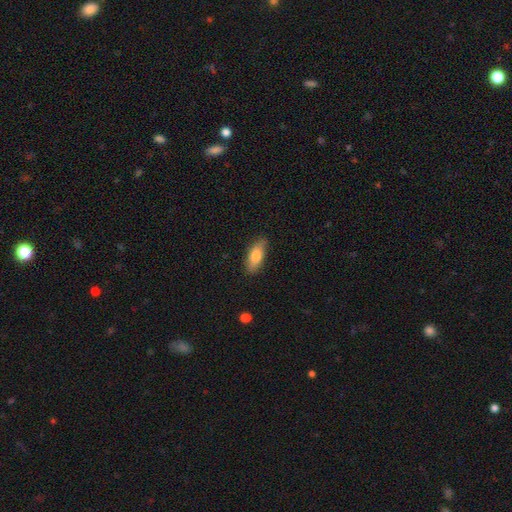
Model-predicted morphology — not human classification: A smooth galaxy with no disk features (77%) that is in between round and cigar-shaped (78%). Merging: none (84%).